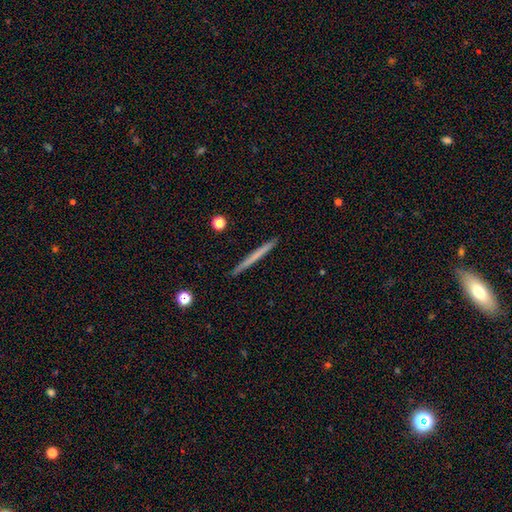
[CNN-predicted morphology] Smooth or featured? Predicted: smooth (p=0.57). How rounded? Predicted: cigar-shaped (p=0.97). Merging? Predicted: none (p=0.93).